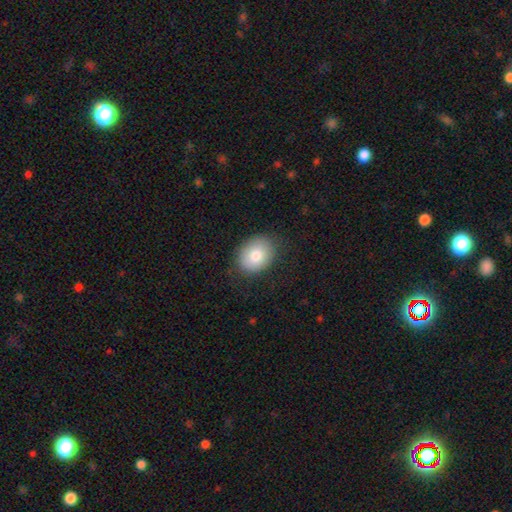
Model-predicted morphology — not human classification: Smooth or featured: smooth — 80% (featured or disk — 12%)
How rounded: in between — 60% (round — 39%)
Merging: none — 83% (minor disturbance — 13%)